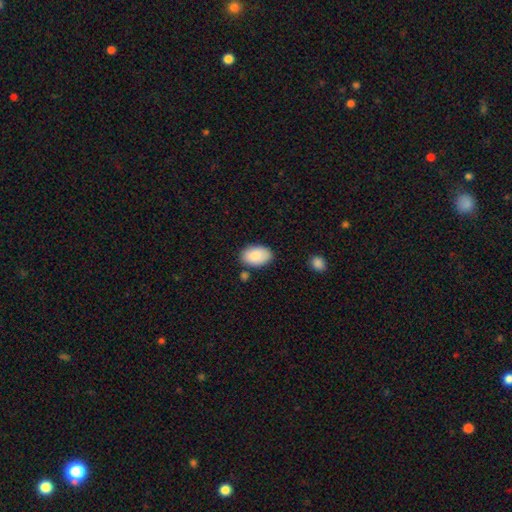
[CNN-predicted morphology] smooth 88%, featured or disk 7%, star or artifact 6%. Down the decision tree: how rounded — in between (91%); merging — none (78%).